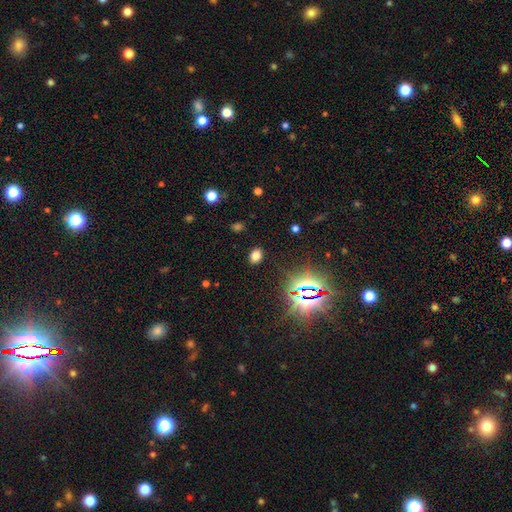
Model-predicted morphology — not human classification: Smooth or featured: smooth — 70% (star or artifact — 23%)
How rounded: in between — 74% (round — 24%)
Merging: none — 87% (minor disturbance — 9%)